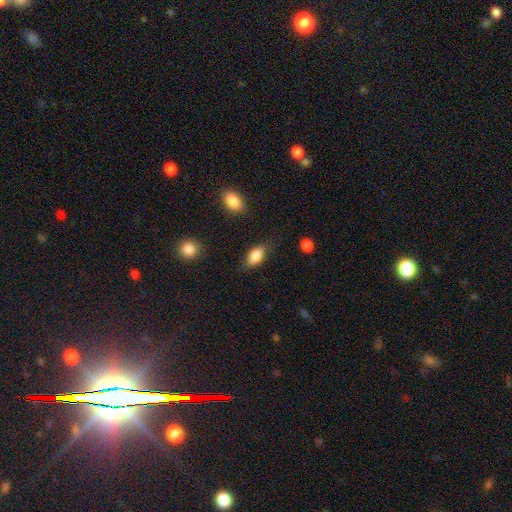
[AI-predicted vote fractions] Q: Smooth or featured?
A: smooth (83%); runner-up: featured or disk (10%)
Q: How rounded?
A: in between (88%); runner-up: cigar-shaped (7%)
Q: Merging?
A: none (77%); runner-up: minor disturbance (17%)